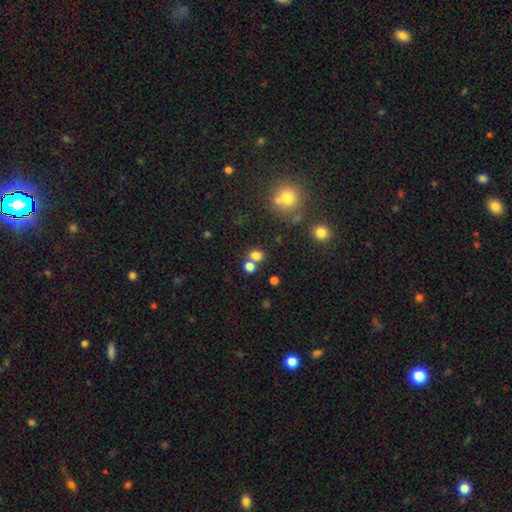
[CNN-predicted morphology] Q: Smooth or featured?
A: smooth (75%); runner-up: star or artifact (17%)
Q: How rounded?
A: round (76%); runner-up: in between (23%)
Q: Merging?
A: none (60%); runner-up: merger (28%)